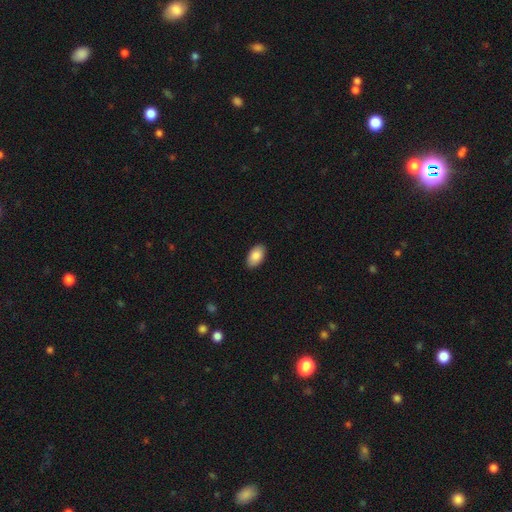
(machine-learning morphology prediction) smooth_or_featured: smooth (p=0.88) [alt: star or artifact p=0.06]
how_rounded: in between (p=0.95) [alt: round p=0.04]
merging: none (p=0.90) [alt: minor disturbance p=0.08]